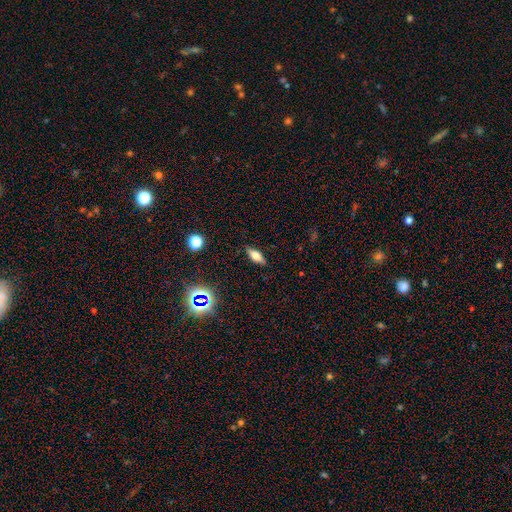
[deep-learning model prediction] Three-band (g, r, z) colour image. It shows a smooth galaxy with no disk features (61%) that is in between round and cigar-shaped (66%). Merging: none (86%).